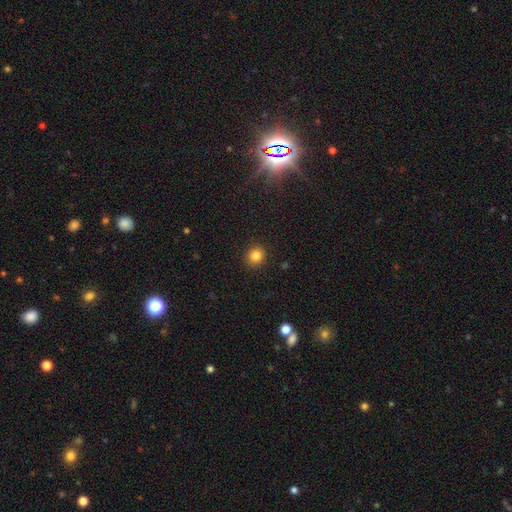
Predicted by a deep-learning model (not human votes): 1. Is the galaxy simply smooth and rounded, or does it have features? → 84% smooth, 11% star or artifact, 5% featured or disk.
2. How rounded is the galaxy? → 86% round, 13% in between, 1% cigar-shaped.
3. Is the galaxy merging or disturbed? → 91% none, 6% minor disturbance, 2% major disturbance, 1% merger.